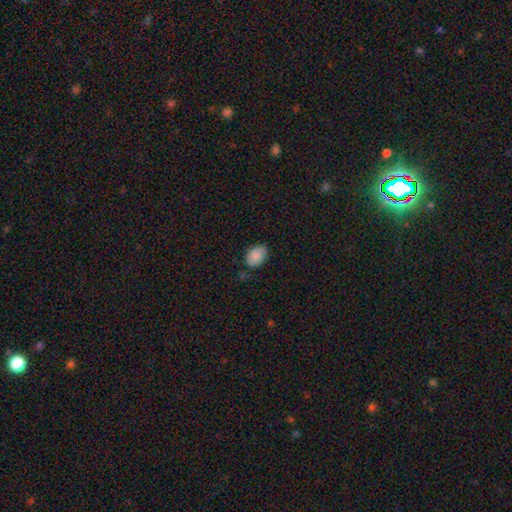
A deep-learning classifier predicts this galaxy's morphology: Q: Smooth or featured?
A: smooth (88%); runner-up: star or artifact (7%)
Q: How rounded?
A: in between (85%); runner-up: round (14%)
Q: Merging?
A: none (77%); runner-up: minor disturbance (18%)